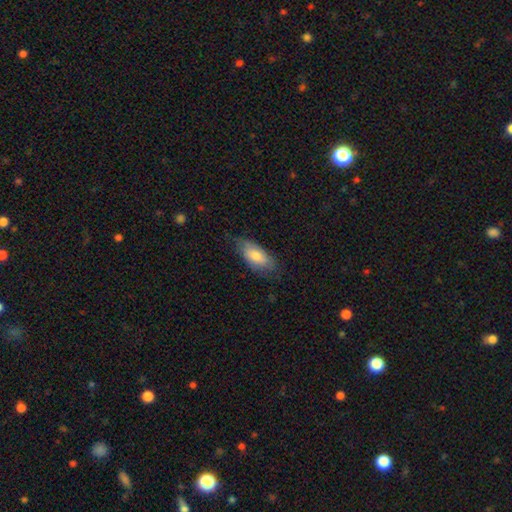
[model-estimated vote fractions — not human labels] Smooth or featured? Predicted: smooth (p=0.76). How rounded? Predicted: in between (p=0.87). Merging? Predicted: none (p=0.64).